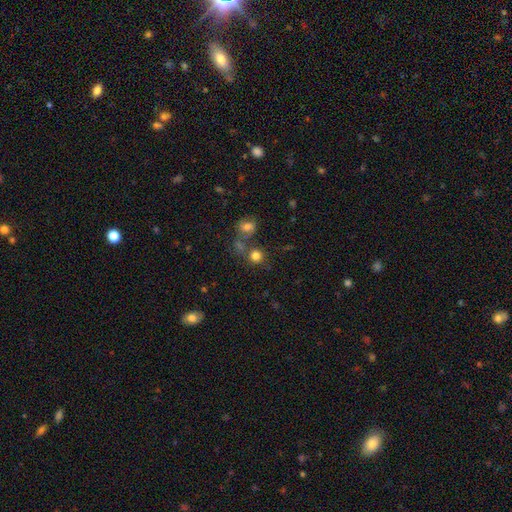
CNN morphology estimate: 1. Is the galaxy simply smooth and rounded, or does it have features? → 79% smooth, 14% star or artifact, 7% featured or disk.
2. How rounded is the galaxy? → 87% round, 12% in between, 1% cigar-shaped.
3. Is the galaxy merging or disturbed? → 67% none, 18% merger, 10% minor disturbance, 5% major disturbance.